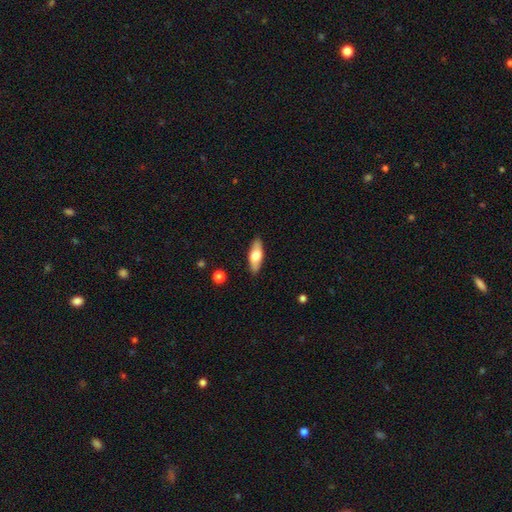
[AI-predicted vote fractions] This is likely a smooth galaxy (67%). How rounded: likely in between (70%). Merging: clearly none (88%).